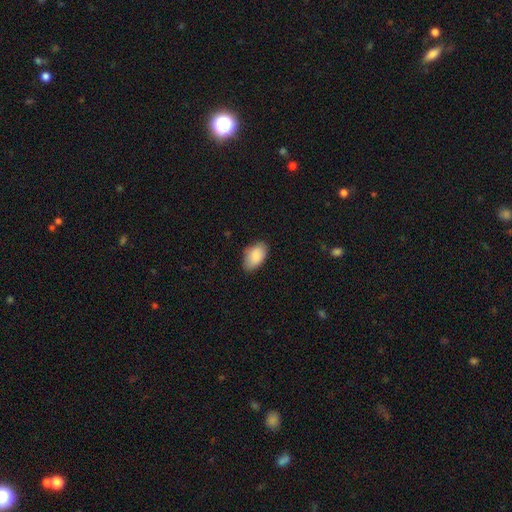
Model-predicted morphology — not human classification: This appears to be a smooth galaxy with no disk features (88%) that is in between round and cigar-shaped (94%). Merging: none (79%).